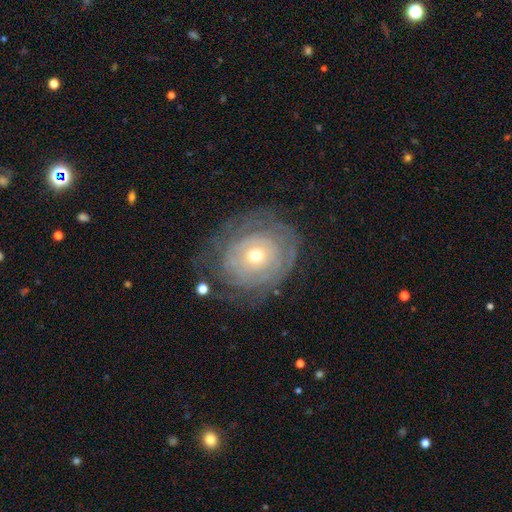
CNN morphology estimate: smooth_or_featured: featured or disk (p=0.74) [alt: smooth p=0.18]
disk_edge_on: no (p=0.96) [alt: yes p=0.04]
bar: no (p=0.82) [alt: weak p=0.14]
has_spiral_arms: yes (p=0.78) [alt: no p=0.22]
spiral_winding: tight (p=0.81) [alt: medium p=0.13]
spiral_arm_count: can't tell (p=0.57) [alt: 2 p=0.14]
bulge_size: moderate (p=0.50) [alt: small p=0.45]
merging: none (p=0.72) [alt: minor disturbance p=0.17]